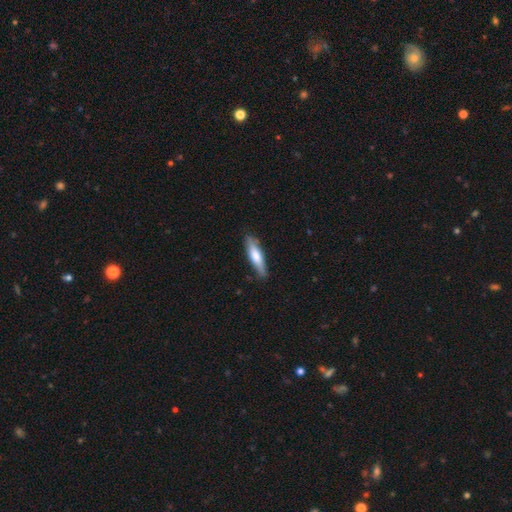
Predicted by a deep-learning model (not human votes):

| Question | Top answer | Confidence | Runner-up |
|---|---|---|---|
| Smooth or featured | smooth | 62% | featured or disk (33%) |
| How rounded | cigar-shaped | 75% | in between (23%) |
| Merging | none | 82% | minor disturbance (14%) |